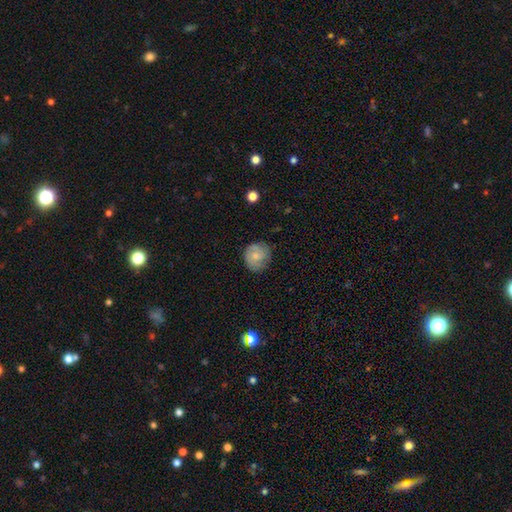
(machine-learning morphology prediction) smooth_or_featured: smooth (p=0.69) [alt: featured or disk p=0.24]
how_rounded: round (p=0.82) [alt: in between p=0.18]
merging: none (p=0.71) [alt: minor disturbance p=0.22]